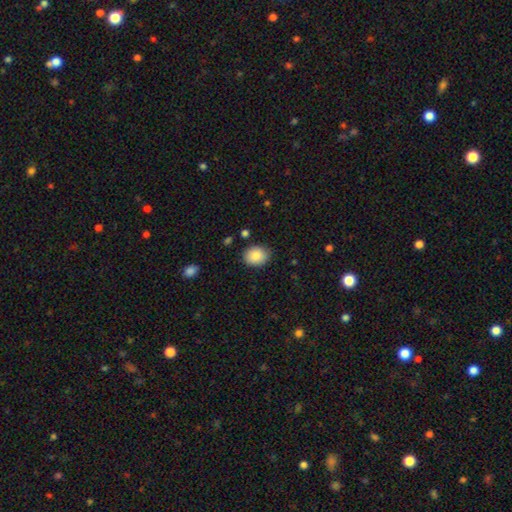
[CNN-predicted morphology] This is clearly a smooth galaxy (86%). How rounded: possibly round (52%). Merging: clearly none (85%).